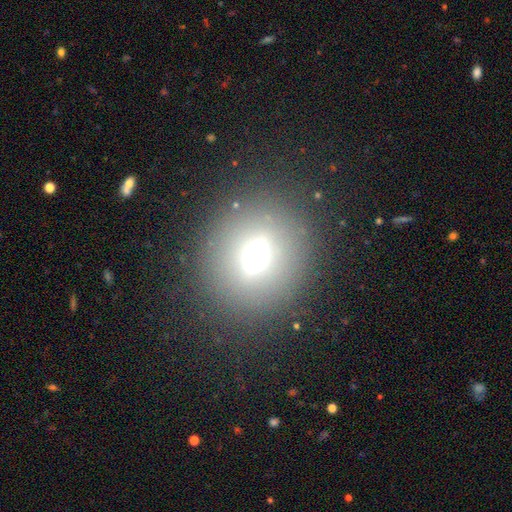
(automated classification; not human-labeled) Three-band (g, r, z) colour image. It shows a smooth galaxy with no disk features (53%) that is round (61%). Merging: none (84%).